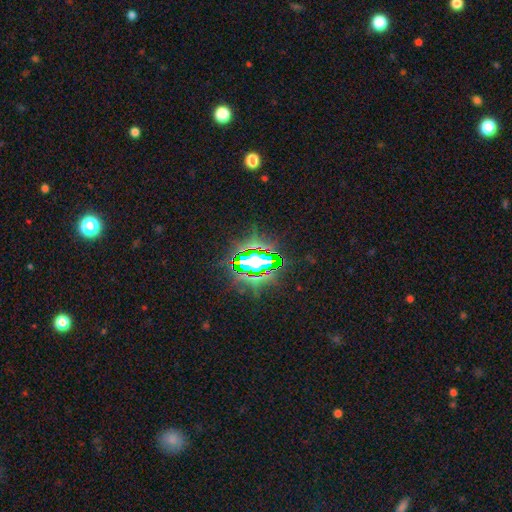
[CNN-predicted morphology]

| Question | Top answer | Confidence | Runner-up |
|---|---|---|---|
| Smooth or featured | star or artifact | 80% | smooth (12%) |